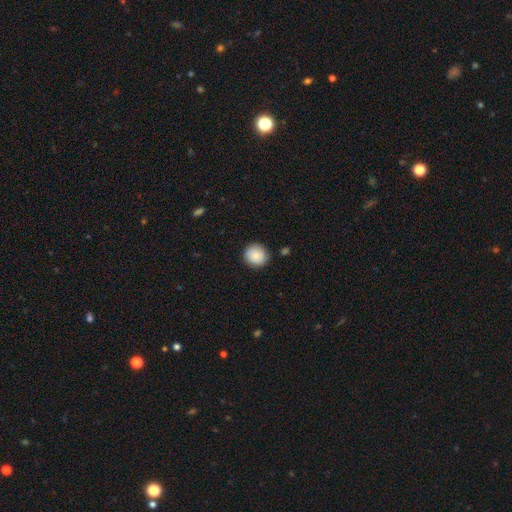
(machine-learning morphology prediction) Smooth or featured: smooth — 85% (star or artifact — 8%)
How rounded: round — 91% (in between — 8%)
Merging: none — 87% (minor disturbance — 10%)